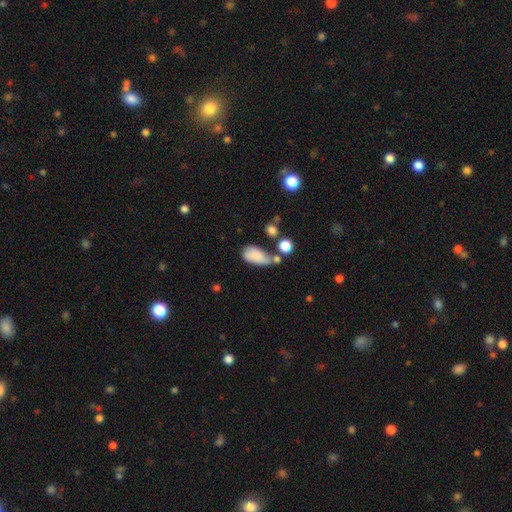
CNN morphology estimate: A smooth galaxy with no disk features (79%) that is in between round and cigar-shaped (89%). Merging: none (34%).